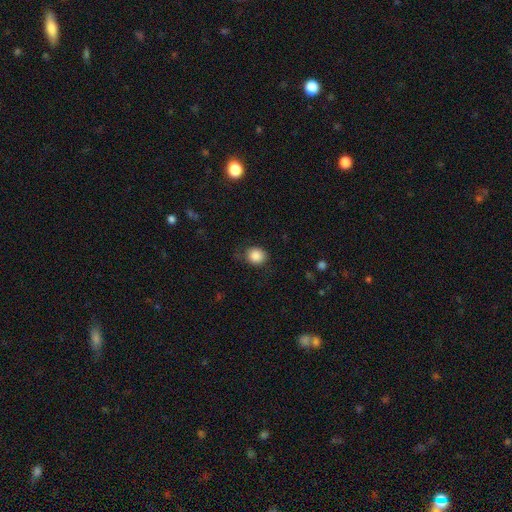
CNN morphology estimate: This appears to be a smooth galaxy with no disk features (87%) that is round (75%). Merging: none (77%).